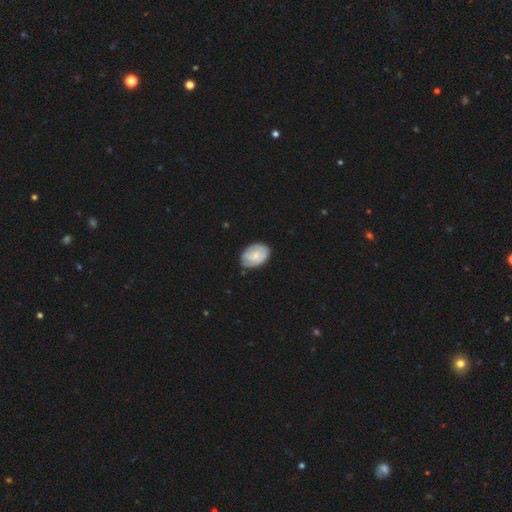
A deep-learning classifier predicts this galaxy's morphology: This is likely a smooth galaxy (61%). How rounded: clearly in between (83%). Merging: likely none (74%).